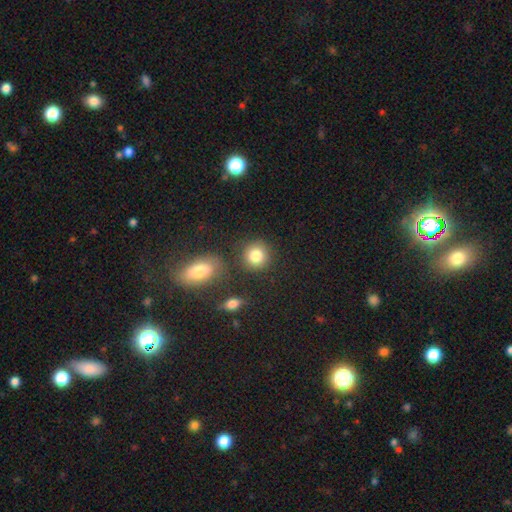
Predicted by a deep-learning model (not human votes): smooth 83%, star or artifact 9%, featured or disk 7%. Down the decision tree: how rounded — round (85%); merging — none (78%).